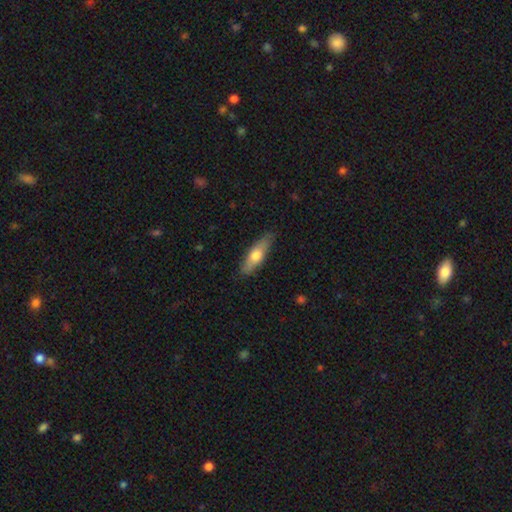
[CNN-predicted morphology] This is likely a smooth galaxy (63%). How rounded: possibly cigar-shaped (55%). Merging: clearly none (84%).